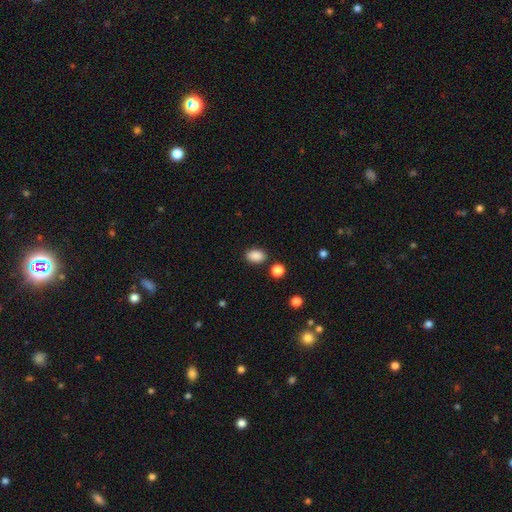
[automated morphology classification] This is clearly a smooth galaxy (88%). How rounded: clearly in between (81%). Merging: clearly none (84%).